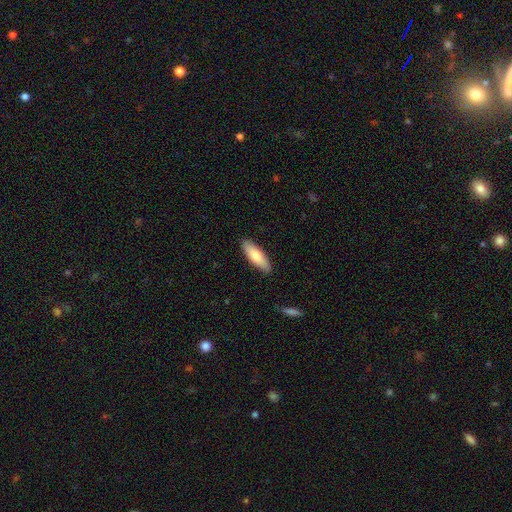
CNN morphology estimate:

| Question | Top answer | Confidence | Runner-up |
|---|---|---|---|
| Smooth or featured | smooth | 77% | featured or disk (17%) |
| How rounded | in between | 57% | cigar-shaped (41%) |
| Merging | none | 88% | minor disturbance (9%) |